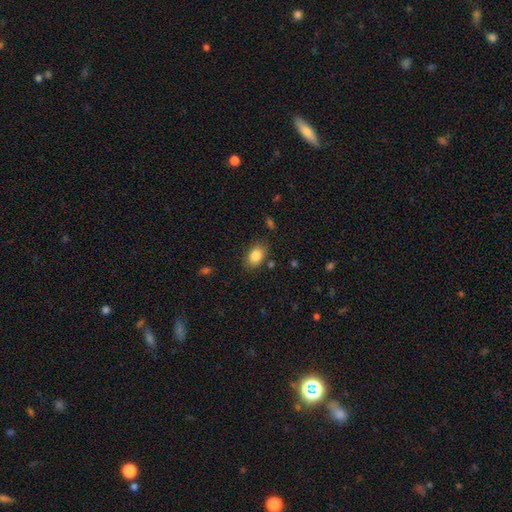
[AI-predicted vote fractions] The model was most divided on "how rounded": in between: 82%, round: 17%, cigar-shaped: 1%. More confident: smooth or featured — smooth (85%); merging — none (80%).